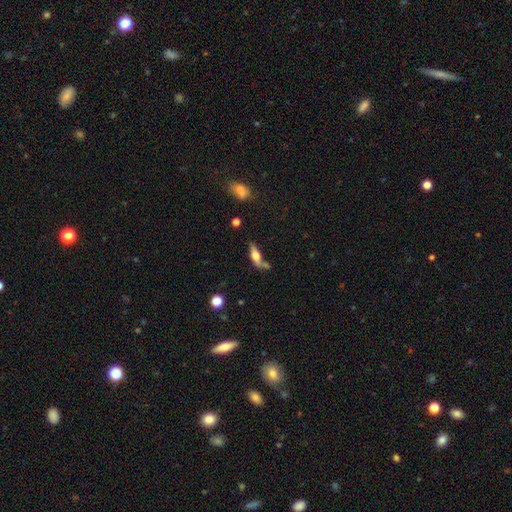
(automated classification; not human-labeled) Smooth or featured? Predicted: smooth (p=0.48). Merging? Predicted: none (p=0.51).